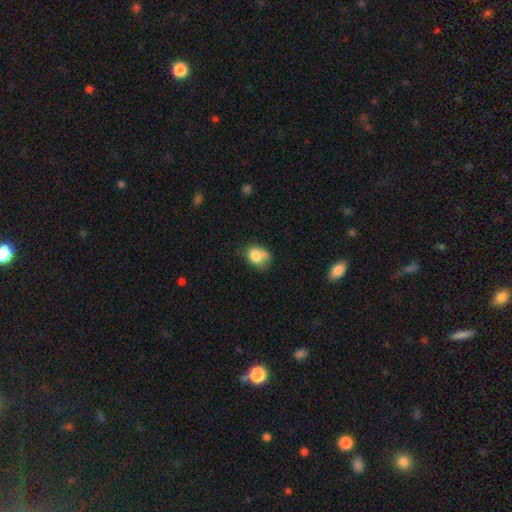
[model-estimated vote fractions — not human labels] smooth 77%, featured or disk 14%, star or artifact 9%. Down the decision tree: how rounded — in between (64%); merging — none (40%).